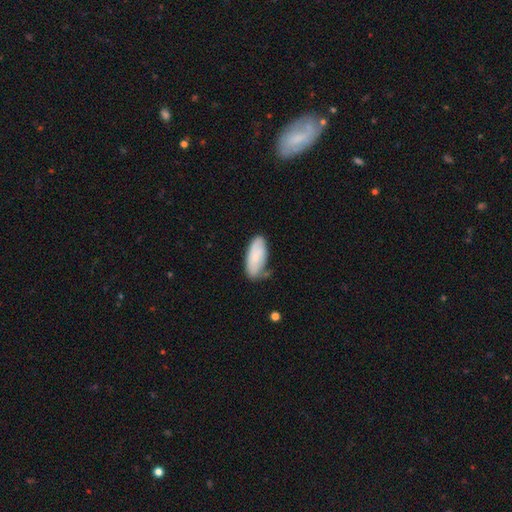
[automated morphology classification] Smooth or featured?
  - smooth: 79% *
  - featured or disk: 15%
  - star or artifact: 6%
How rounded?
  - in between: 82% *
  - cigar-shaped: 17%
  - round: 2%
Merging?
  - none: 56% *
  - minor disturbance: 31%
  - major disturbance: 7%
  - merger: 5%